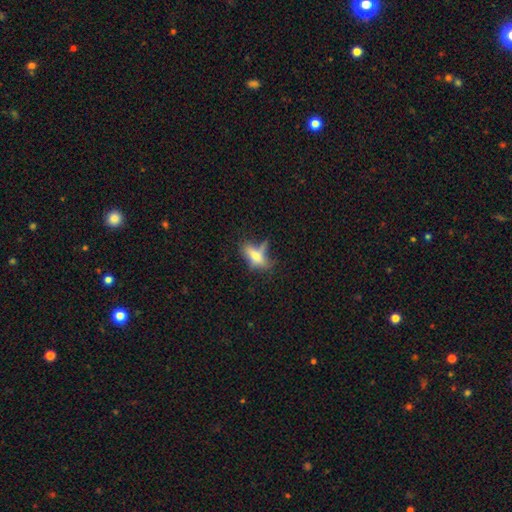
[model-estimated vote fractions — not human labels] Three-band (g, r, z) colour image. It shows a smooth galaxy with no disk features (61%) that is in between round and cigar-shaped (65%). Merging: none (42%).